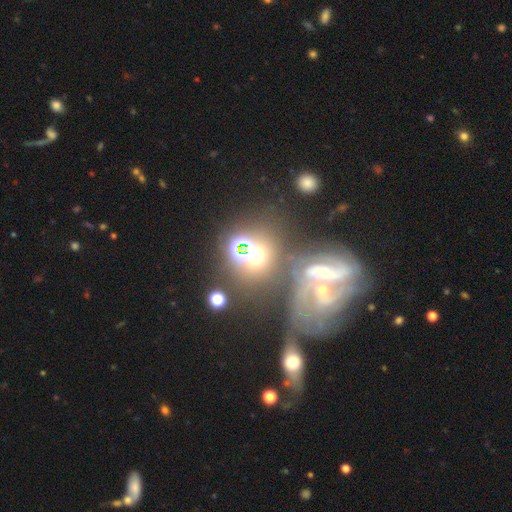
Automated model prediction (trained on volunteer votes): A smooth galaxy with no disk features (42%).

Vote fractions:
- Smooth or featured? smooth: 42% / star or artifact: 41% / featured or disk: 17%
- Merging? none: 50% / merger: 31% / minor disturbance: 11% / major disturbance: 9%